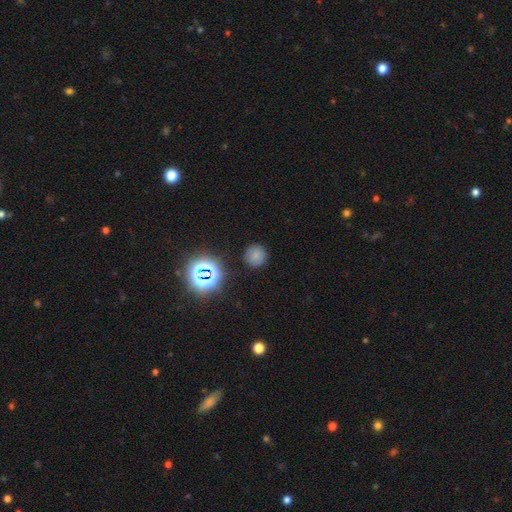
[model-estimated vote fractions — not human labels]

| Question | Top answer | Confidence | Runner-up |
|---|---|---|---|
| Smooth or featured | smooth | 72% | star or artifact (21%) |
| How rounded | round | 93% | in between (6%) |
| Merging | none | 87% | minor disturbance (9%) |